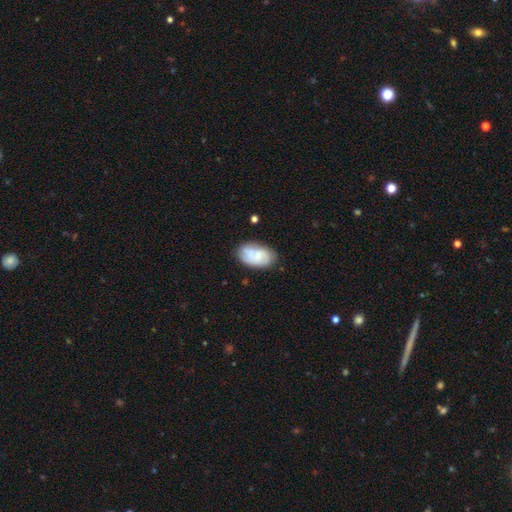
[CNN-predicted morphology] Smooth or featured? Predicted: smooth (p=0.59). How rounded? Predicted: in between (p=0.91). Merging? Predicted: none (p=0.66).